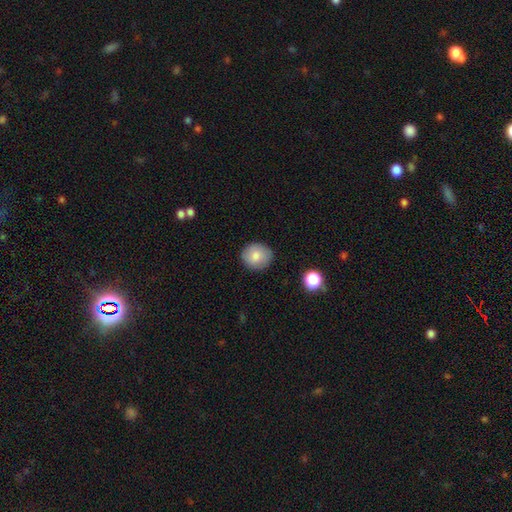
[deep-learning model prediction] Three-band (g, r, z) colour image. It shows a smooth galaxy with no disk features (82%) that is round (85%). Merging: none (87%).